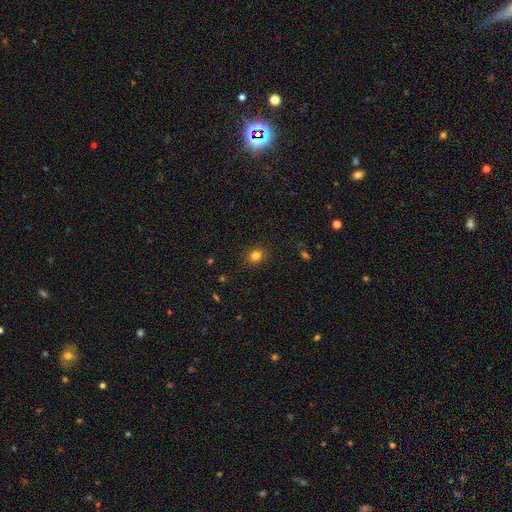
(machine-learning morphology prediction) Smooth or featured: smooth — 81% (star or artifact — 13%)
How rounded: round — 71% (in between — 28%)
Merging: none — 89% (minor disturbance — 8%)